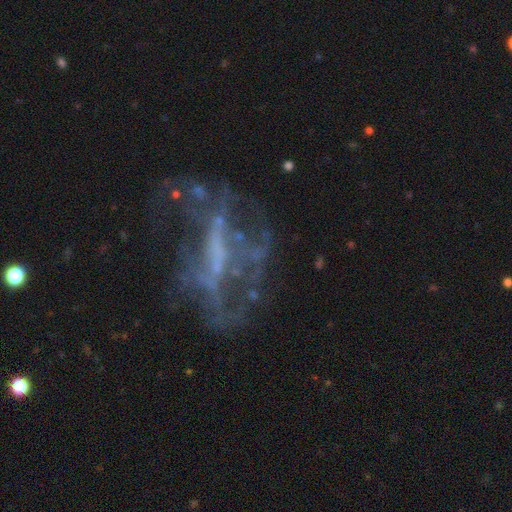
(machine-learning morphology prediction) The model was most divided on "merging": none: 41%, major disturbance: 38%, minor disturbance: 14%, merger: 7%. More confident: edge-on disk — no (94%); smooth or featured — featured or disk (69%); spiral arms — no (68%); bulge size — none (58%); bar — no (51%).